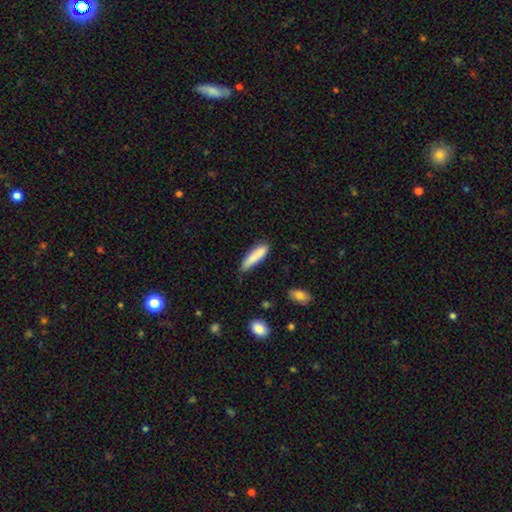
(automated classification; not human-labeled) smooth-or-featured: smooth: 85% | featured or disk: 9% | star or artifact: 6%
  how-rounded: cigar-shaped: 73% | in between: 25% | round: 1%
  merging: none: 65% | minor disturbance: 28% | major disturbance: 5% | merger: 2%